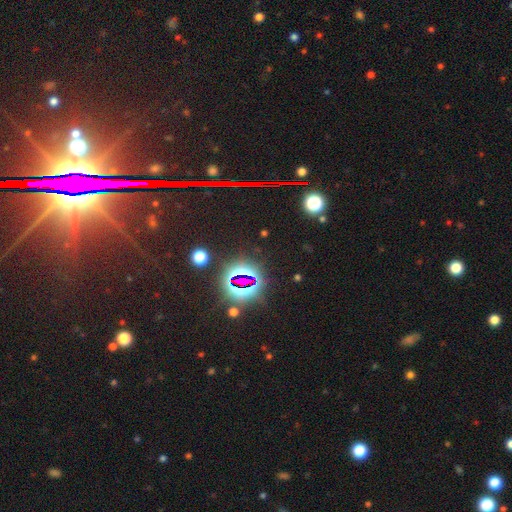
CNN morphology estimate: Q: Smooth or featured?
A: star or artifact (84%); runner-up: featured or disk (9%)